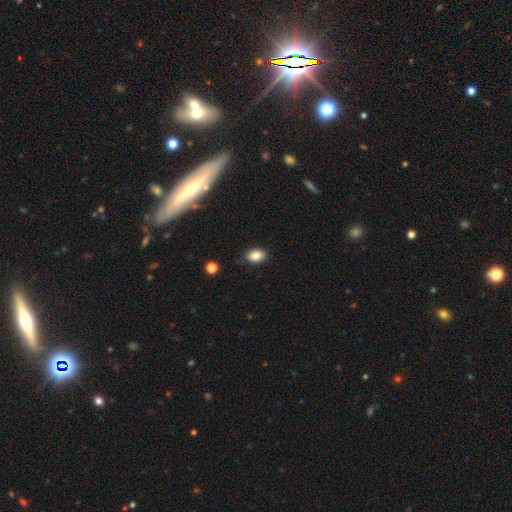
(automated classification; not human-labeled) Overall: smooth (83%). How rounded: in between (85%). Merging: none (85%).